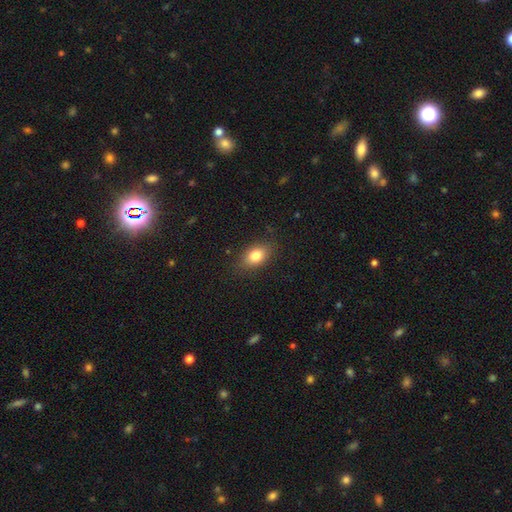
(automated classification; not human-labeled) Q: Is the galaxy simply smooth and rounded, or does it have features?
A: smooth — 81%.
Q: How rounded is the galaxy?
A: in between — 80%.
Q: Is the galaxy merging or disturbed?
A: none — 84%.